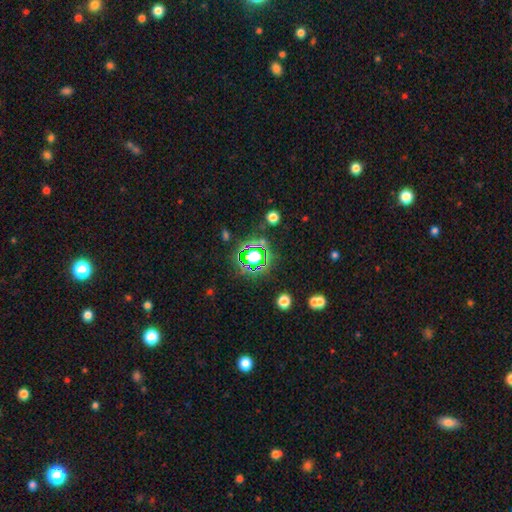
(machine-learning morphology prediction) Overall: star or artifact (57%; smooth 30%).